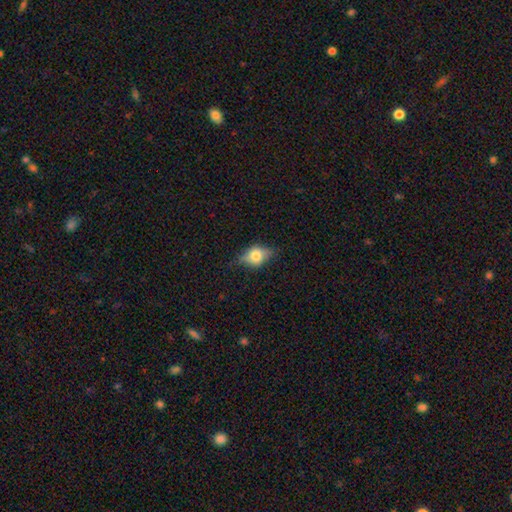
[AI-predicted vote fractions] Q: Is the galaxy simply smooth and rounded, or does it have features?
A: smooth — 56%.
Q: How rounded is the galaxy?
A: in between — 67%.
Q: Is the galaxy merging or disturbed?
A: none — 69%.